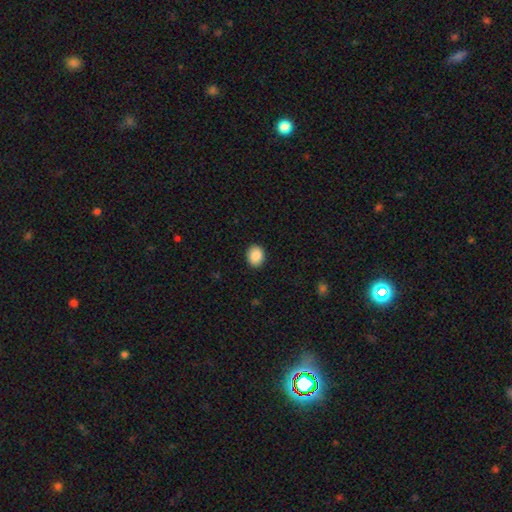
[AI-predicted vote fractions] This is clearly a smooth galaxy (90%). How rounded: possibly in between (52%). Merging: clearly none (91%).